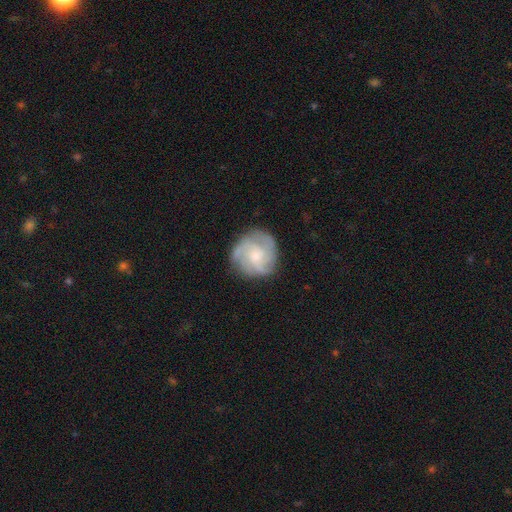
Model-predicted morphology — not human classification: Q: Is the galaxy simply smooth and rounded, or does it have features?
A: featured or disk — 70%.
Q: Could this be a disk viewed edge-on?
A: no — 98%.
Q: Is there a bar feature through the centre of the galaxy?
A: no — 73%.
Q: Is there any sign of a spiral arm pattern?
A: yes — 92%.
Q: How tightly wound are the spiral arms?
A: tight — 45%.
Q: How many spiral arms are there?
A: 3 — 32%.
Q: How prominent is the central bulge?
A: small — 53%.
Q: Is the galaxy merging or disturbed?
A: none — 75%.